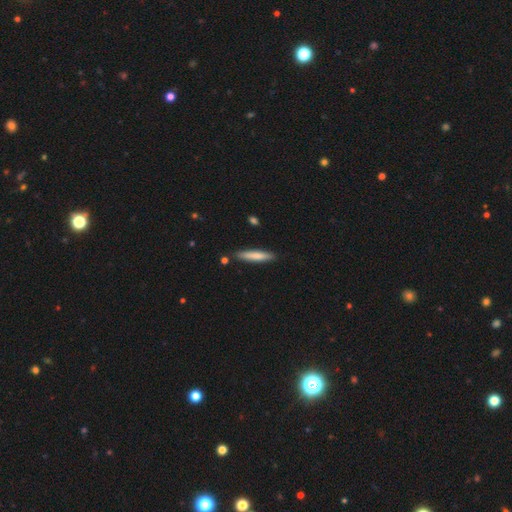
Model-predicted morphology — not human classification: This appears to be a smooth galaxy with no disk features (76%) that is cigar-shaped (90%). Merging: none (87%).